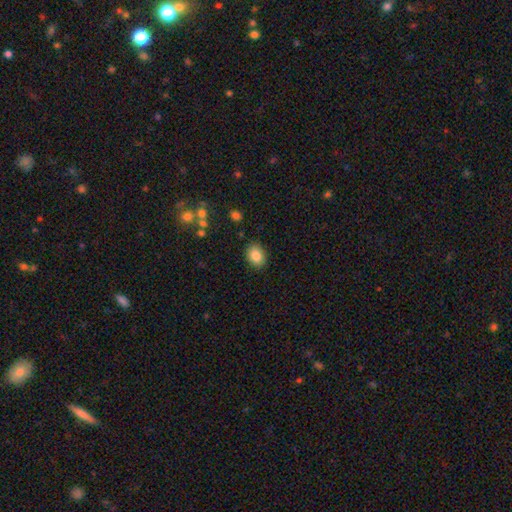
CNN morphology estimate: The model was most divided on "how rounded": in between: 64%, round: 35%, cigar-shaped: 1%. More confident: merging — none (87%); smooth or featured — smooth (85%).